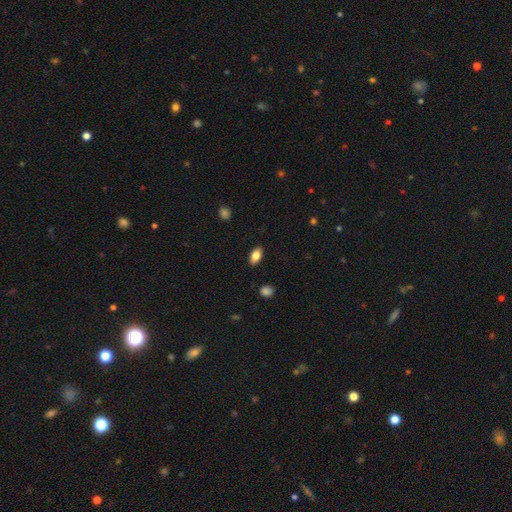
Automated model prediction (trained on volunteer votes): This is clearly a smooth galaxy (80%). How rounded: clearly in between (90%). Merging: clearly none (87%).